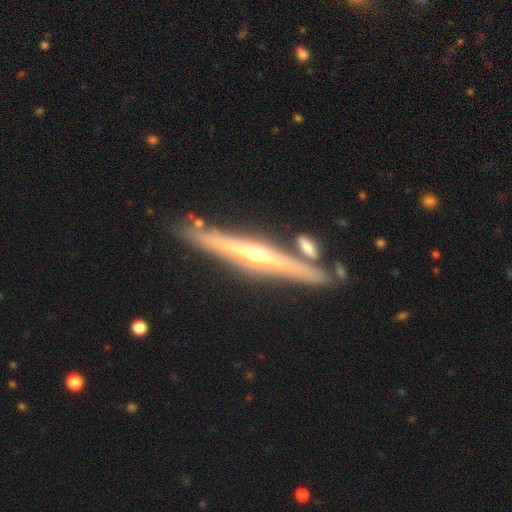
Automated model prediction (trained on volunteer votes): Q: Smooth or featured?
A: featured or disk (79%); runner-up: smooth (15%)
Q: Edge-on disk?
A: yes (96%); runner-up: no (4%)
Q: Edge-on bulge?
A: rounded (86%); runner-up: none (11%)
Q: Merging?
A: none (82%); runner-up: minor disturbance (9%)